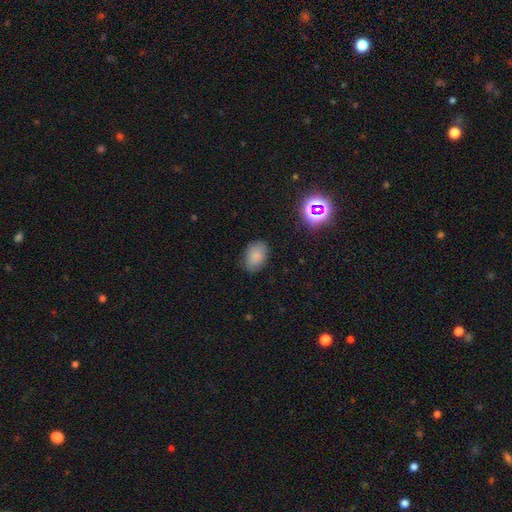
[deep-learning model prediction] Morphology: type=smooth (82%); roundness=in between (83%); merging=none (83%).